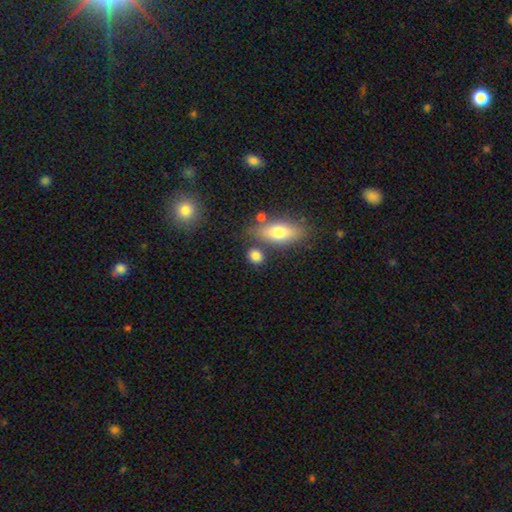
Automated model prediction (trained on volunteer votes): Q: Smooth or featured?
A: smooth (83%); runner-up: star or artifact (9%)
Q: How rounded?
A: round (49%); runner-up: in between (46%)
Q: Merging?
A: none (72%); runner-up: minor disturbance (13%)